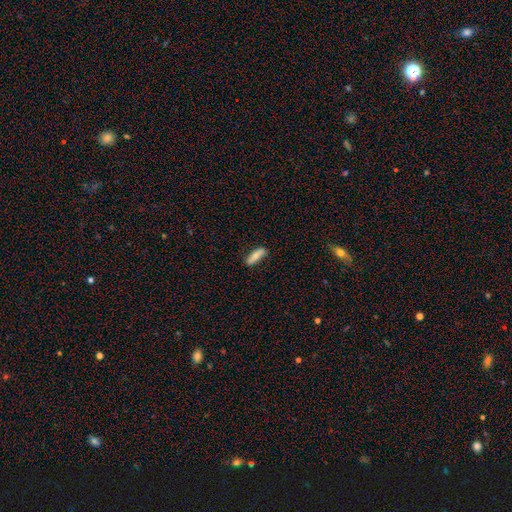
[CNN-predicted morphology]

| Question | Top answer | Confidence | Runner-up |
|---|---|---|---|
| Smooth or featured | smooth | 72% | featured or disk (22%) |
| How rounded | cigar-shaped | 54% | in between (44%) |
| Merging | none | 81% | minor disturbance (15%) |